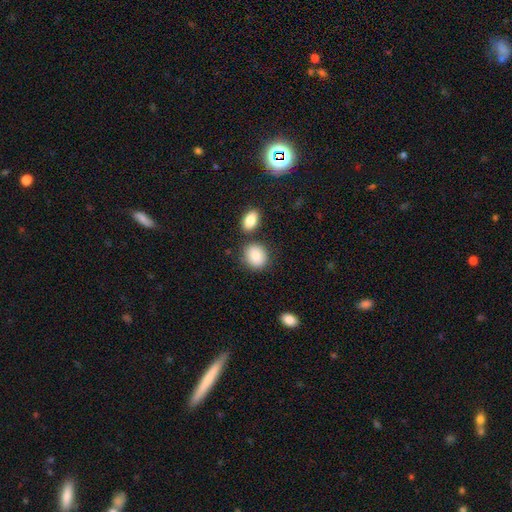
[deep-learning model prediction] A smooth galaxy with no disk features (86%) that is round (59%). Merging: none (74%).